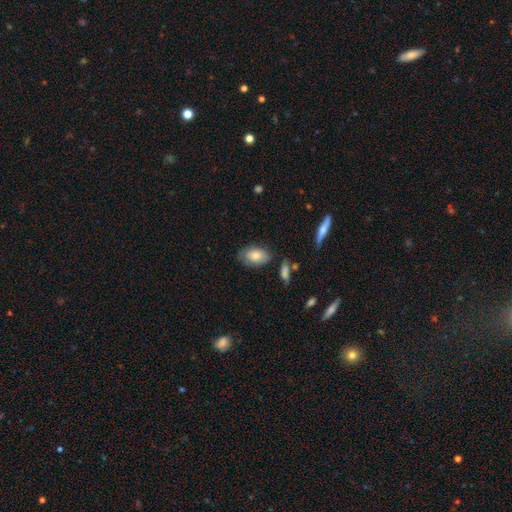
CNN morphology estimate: Smooth or featured: smooth — 79% (featured or disk — 15%)
How rounded: in between — 92% (round — 6%)
Merging: none — 72% (minor disturbance — 20%)